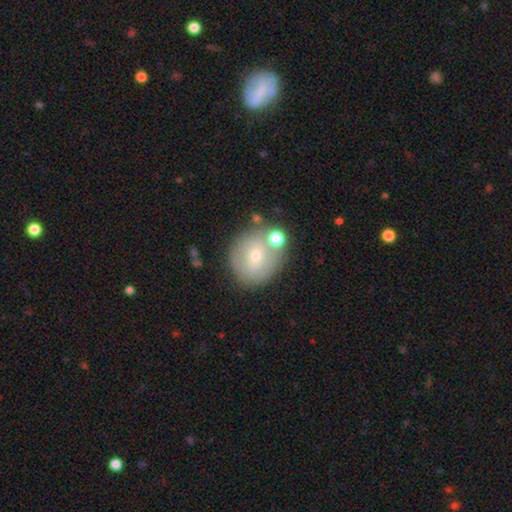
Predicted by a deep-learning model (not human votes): smooth 56%, featured or disk 33%, star or artifact 11%. Down the decision tree: how rounded — round (78%); merging — none (63%).